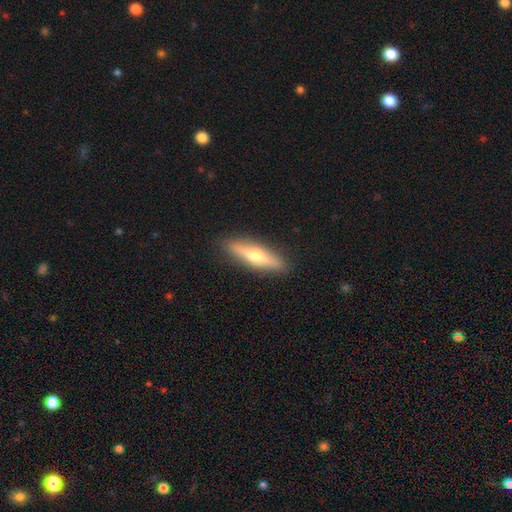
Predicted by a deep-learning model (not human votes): featured or disk 50%, smooth 44%, star or artifact 6%. Down the decision tree: merging — none (89%).